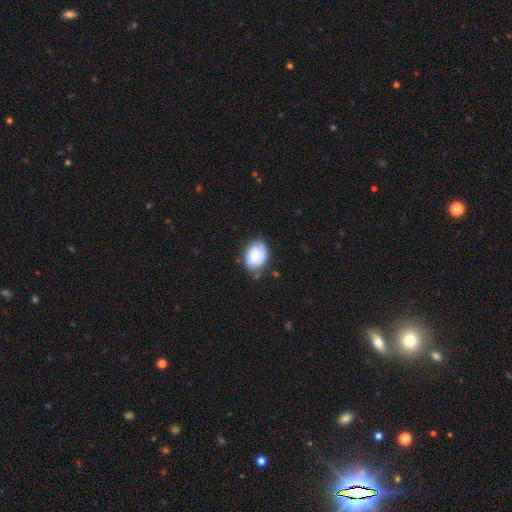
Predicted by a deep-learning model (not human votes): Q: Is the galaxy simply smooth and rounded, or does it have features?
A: smooth — 65%.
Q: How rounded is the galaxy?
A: in between — 74%.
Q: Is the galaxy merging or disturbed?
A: none — 64%.